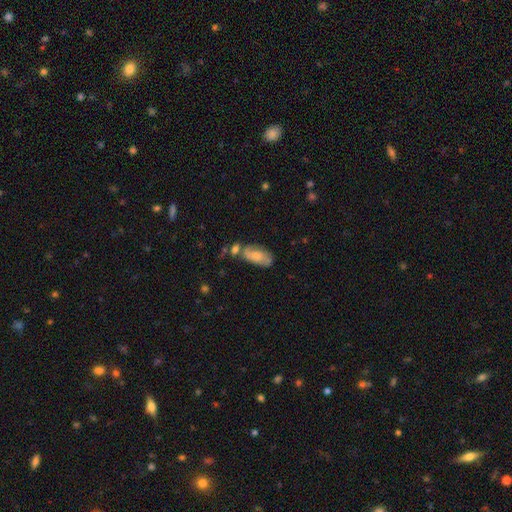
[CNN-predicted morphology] This is possibly a smooth galaxy (59%). How rounded: clearly in between (89%). Merging: possibly none (46%).